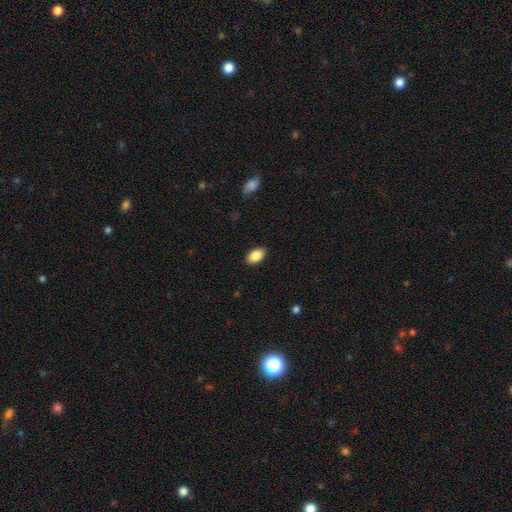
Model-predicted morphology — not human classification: This is clearly a smooth galaxy (87%). How rounded: clearly in between (91%). Merging: clearly none (89%).